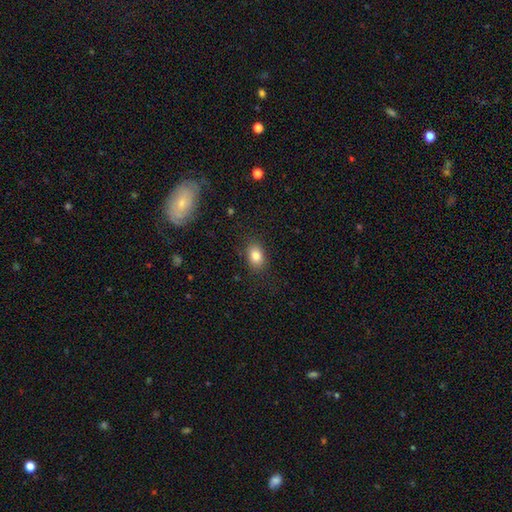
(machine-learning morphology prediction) Smooth or featured? Predicted: smooth (p=0.84). How rounded? Predicted: in between (p=0.77). Merging? Predicted: none (p=0.84).